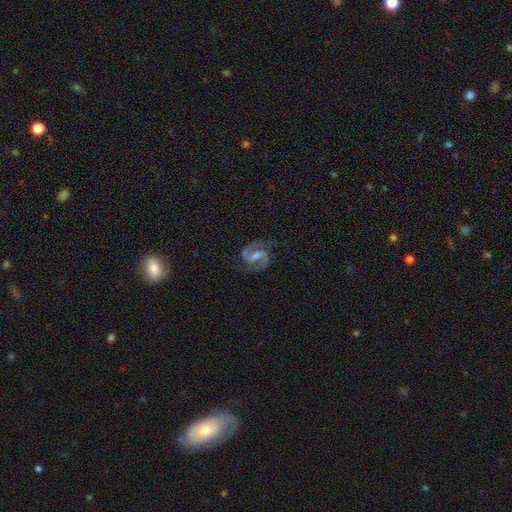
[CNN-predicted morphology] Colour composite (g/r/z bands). It shows a featured or disk galaxy (92%) with a weak bar (48%), 2 (94%) medium (65%) spiral arms (98%) and a moderate central bulge (46%). Merging: none (83%).